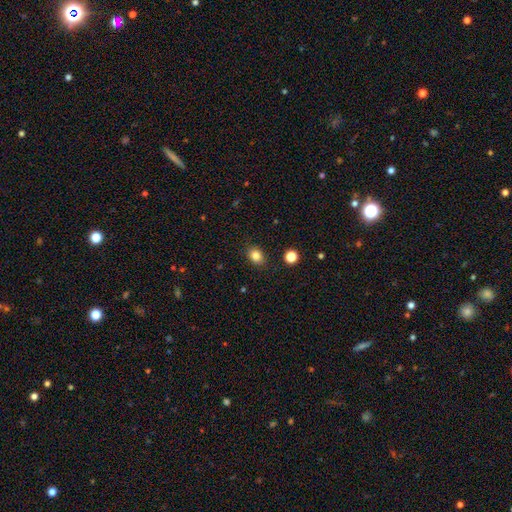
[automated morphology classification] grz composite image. It shows a smooth galaxy with no disk features (83%) that is in between round and cigar-shaped (61%). Merging: none (87%).